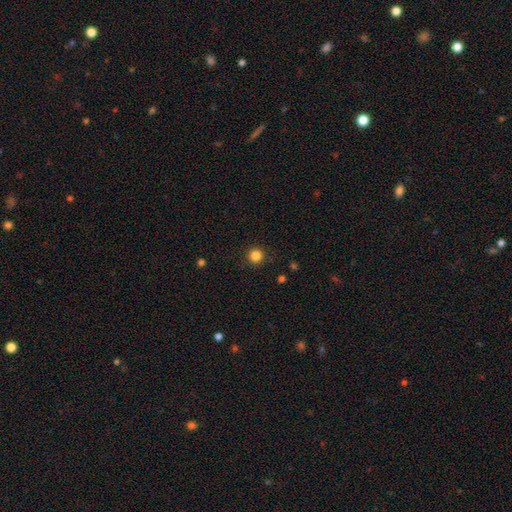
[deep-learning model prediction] Smooth or featured? smooth (85%)
How rounded? round (95%)
Merging? none (91%)